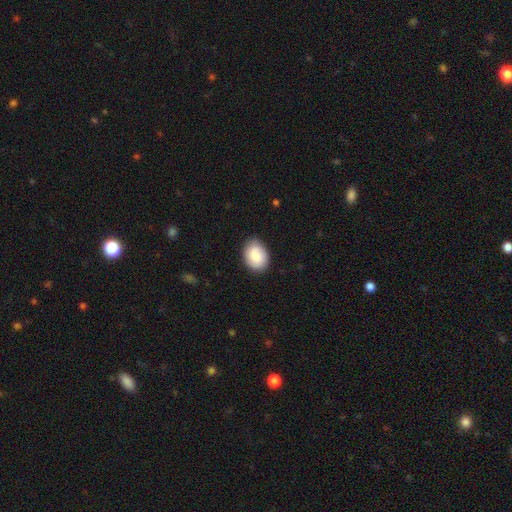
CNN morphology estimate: Smooth or featured?
  - smooth: 86% *
  - featured or disk: 8%
  - star or artifact: 6%
How rounded?
  - in between: 75% *
  - round: 24%
  - cigar-shaped: 1%
Merging?
  - none: 84% *
  - minor disturbance: 12%
  - major disturbance: 3%
  - merger: 1%